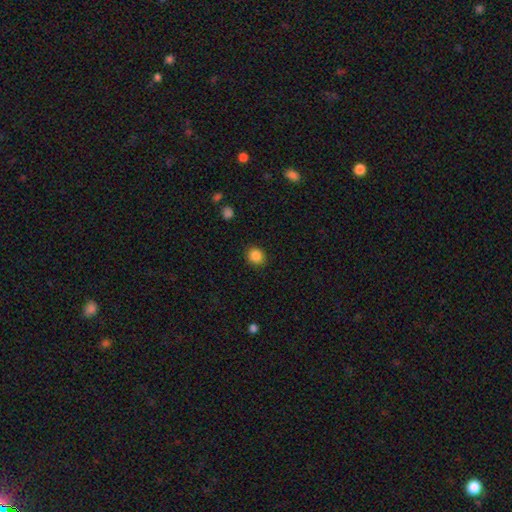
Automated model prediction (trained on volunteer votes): This appears to be a smooth galaxy with no disk features (86%) that is round (81%). Merging: none (89%).